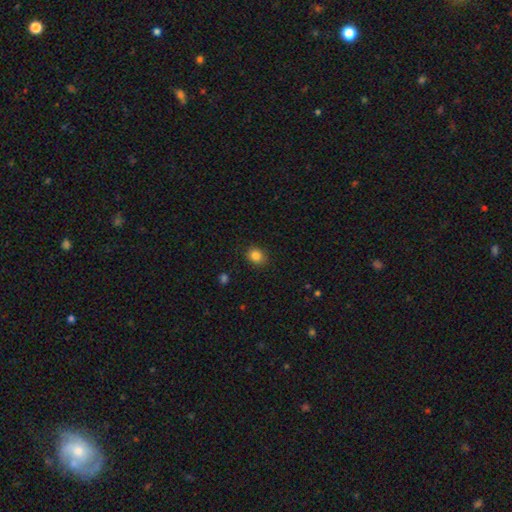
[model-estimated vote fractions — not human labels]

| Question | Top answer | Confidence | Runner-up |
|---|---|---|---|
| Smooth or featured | smooth | 85% | star or artifact (11%) |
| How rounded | round | 60% | in between (39%) |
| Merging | none | 87% | minor disturbance (9%) |